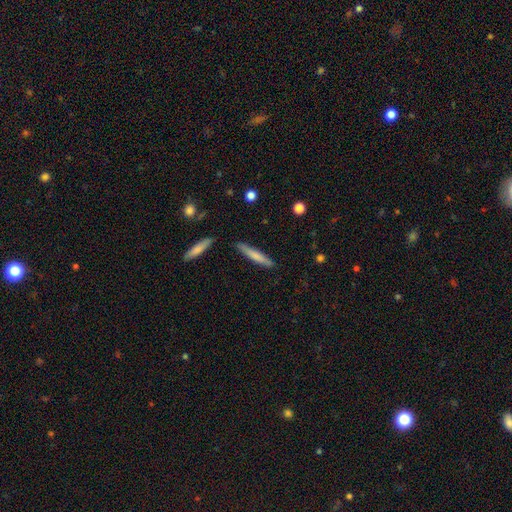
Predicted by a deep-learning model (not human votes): Smooth or featured? smooth (68%)
How rounded? cigar-shaped (93%)
Merging? none (85%)